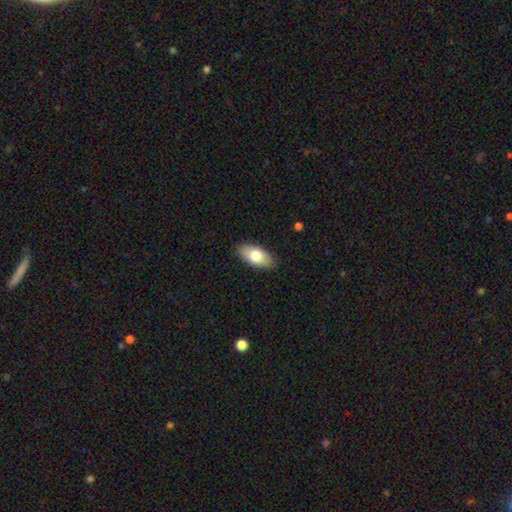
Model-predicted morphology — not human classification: A smooth galaxy with no disk features (75%) that is in between round and cigar-shaped (92%).

Vote fractions:
- Smooth or featured? smooth: 75% / featured or disk: 19% / star or artifact: 6%
- How rounded? in between: 92% / cigar-shaped: 5% / round: 3%
- Merging? none: 88% / minor disturbance: 9% / major disturbance: 2% / merger: 1%